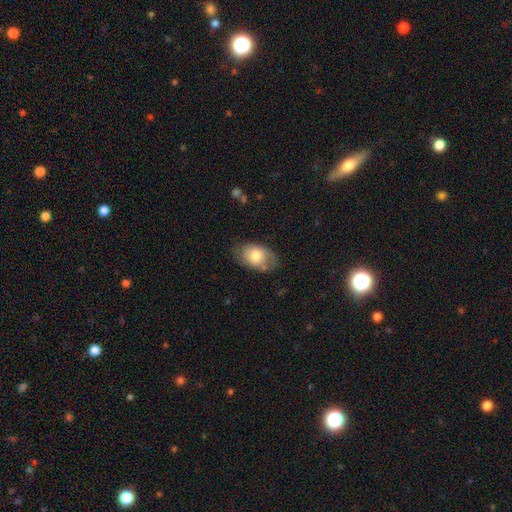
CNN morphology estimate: smooth_or_featured: smooth (p=0.72) [alt: featured or disk p=0.21]
how_rounded: in between (p=0.88) [alt: round p=0.10]
merging: none (p=0.66) [alt: minor disturbance p=0.24]